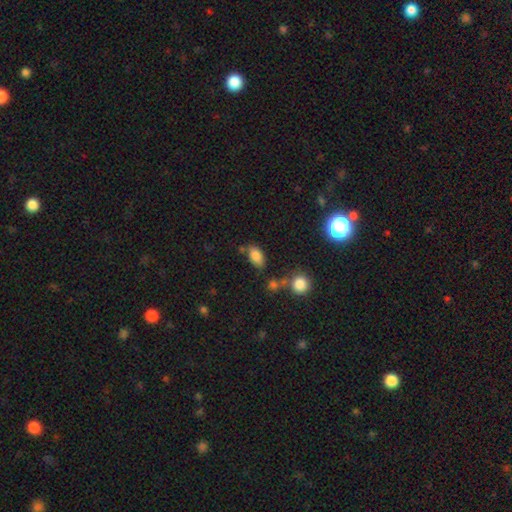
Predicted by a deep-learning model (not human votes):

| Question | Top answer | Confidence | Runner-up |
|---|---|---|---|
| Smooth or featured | smooth | 81% | star or artifact (11%) |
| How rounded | in between | 91% | round (7%) |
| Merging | none | 67% | minor disturbance (18%) |